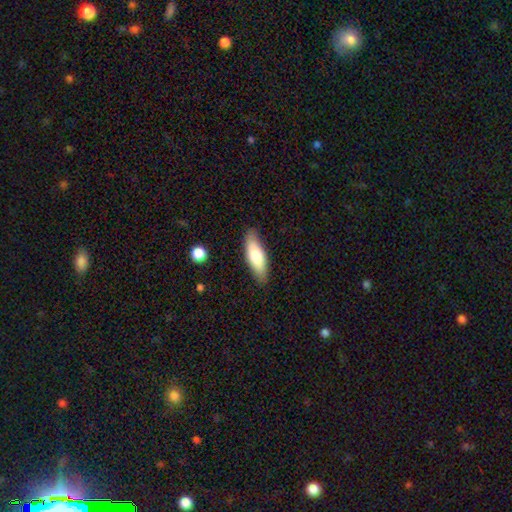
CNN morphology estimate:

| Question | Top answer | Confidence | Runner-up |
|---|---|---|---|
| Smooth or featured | smooth | 70% | featured or disk (24%) |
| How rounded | in between | 59% | cigar-shaped (39%) |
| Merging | none | 86% | minor disturbance (11%) |